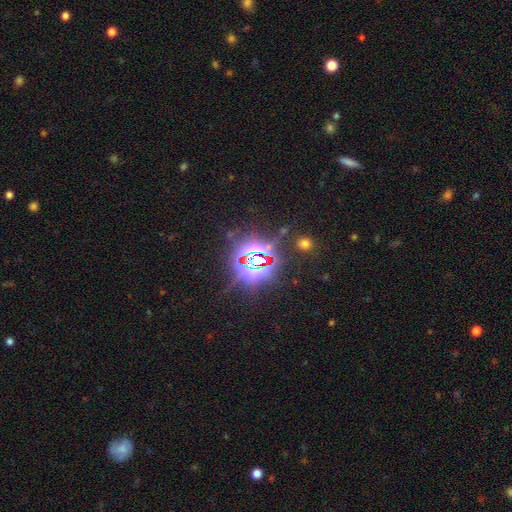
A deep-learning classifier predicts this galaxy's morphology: This appears to be a star or artifact, not a galaxy (82%).